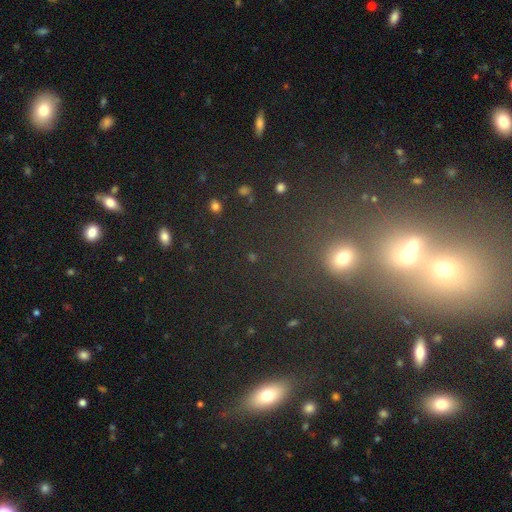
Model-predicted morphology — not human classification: The model was most divided on "smooth or featured": smooth: 44%, star or artifact: 42%, featured or disk: 14%. More confident: merging — none (63%).